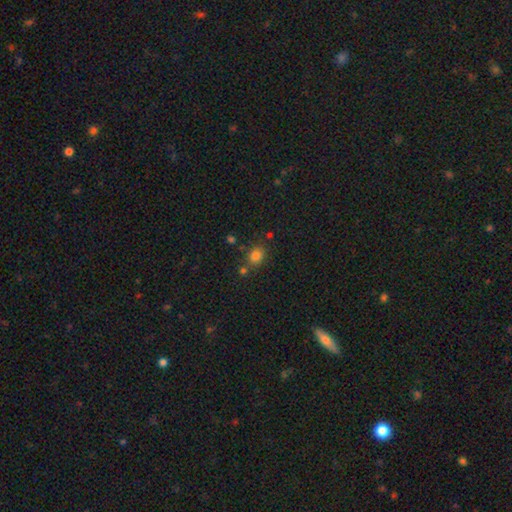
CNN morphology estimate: Smooth or featured? smooth (78%)
How rounded? round (53%)
Merging? none (72%)